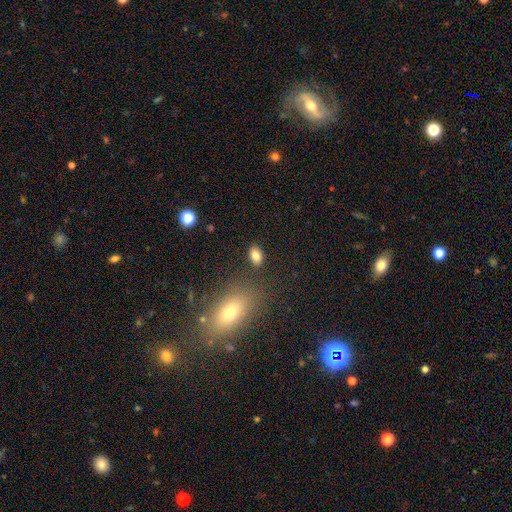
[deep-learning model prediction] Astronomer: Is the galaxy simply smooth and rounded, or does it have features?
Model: smooth — 83%.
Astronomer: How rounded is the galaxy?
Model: in between — 87%.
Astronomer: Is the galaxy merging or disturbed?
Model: none — 84%.